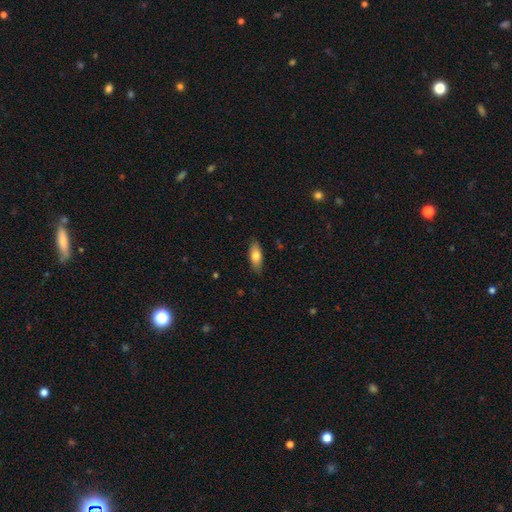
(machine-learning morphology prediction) Smooth or featured?
  - smooth: 75% *
  - featured or disk: 18%
  - star or artifact: 7%
How rounded?
  - in between: 76% *
  - cigar-shaped: 22%
  - round: 3%
Merging?
  - none: 85% *
  - minor disturbance: 12%
  - major disturbance: 2%
  - merger: 1%